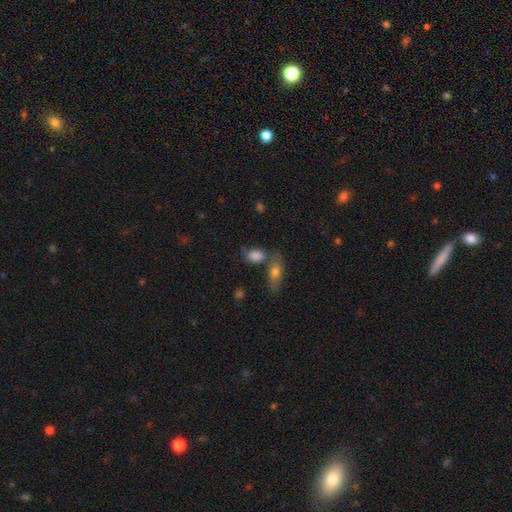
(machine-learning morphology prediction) smooth-or-featured: smooth: 81% | featured or disk: 11% | star or artifact: 9%
  how-rounded: in between: 79% | round: 18% | cigar-shaped: 3%
  merging: none: 45% | merger: 29% | minor disturbance: 18% | major disturbance: 8%